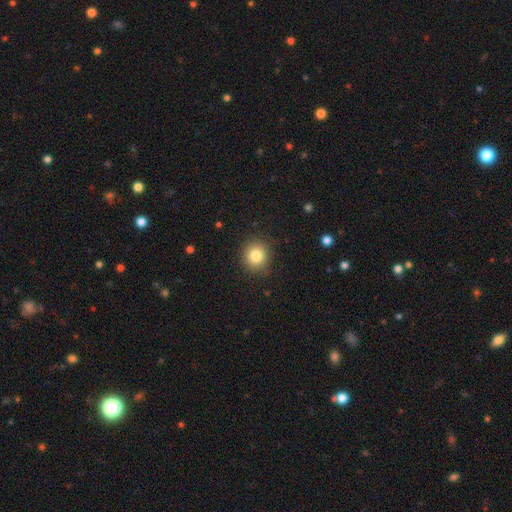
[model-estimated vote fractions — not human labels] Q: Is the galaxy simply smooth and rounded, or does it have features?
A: smooth — 82%.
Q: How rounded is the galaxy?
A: round — 86%.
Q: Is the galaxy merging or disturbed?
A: none — 89%.